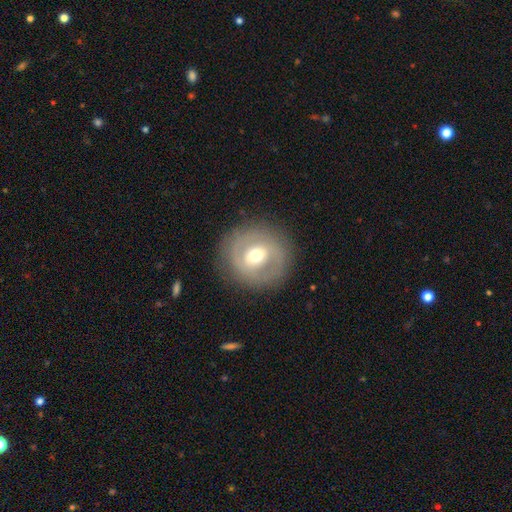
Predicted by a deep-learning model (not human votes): Q: Smooth or featured?
A: featured or disk (53%); runner-up: smooth (39%)
Q: Edge-on disk?
A: no (96%); runner-up: yes (4%)
Q: Bar?
A: no (46%); runner-up: weak (37%)
Q: Spiral arms?
A: no (62%); runner-up: yes (38%)
Q: Bulge size?
A: moderate (71%); runner-up: small (15%)
Q: Merging?
A: none (83%); runner-up: minor disturbance (10%)